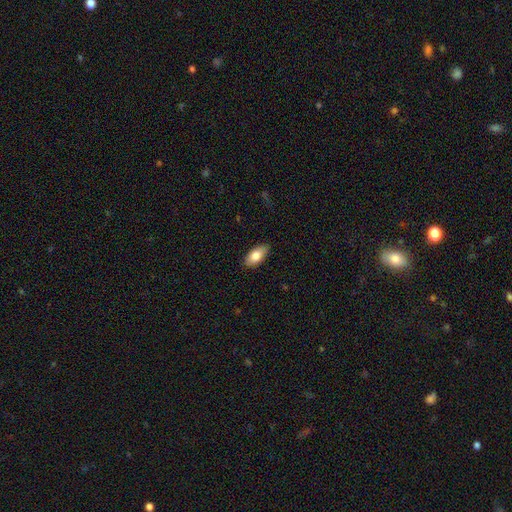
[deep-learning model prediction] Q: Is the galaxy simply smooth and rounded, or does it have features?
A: smooth — 81%.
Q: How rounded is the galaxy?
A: in between — 90%.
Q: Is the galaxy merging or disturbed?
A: none — 85%.